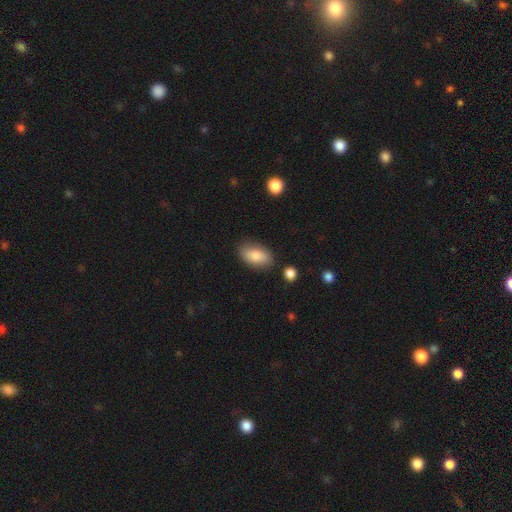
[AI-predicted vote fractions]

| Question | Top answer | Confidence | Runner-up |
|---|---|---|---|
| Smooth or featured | smooth | 82% | featured or disk (11%) |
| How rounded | in between | 91% | round (4%) |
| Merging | none | 82% | minor disturbance (13%) |